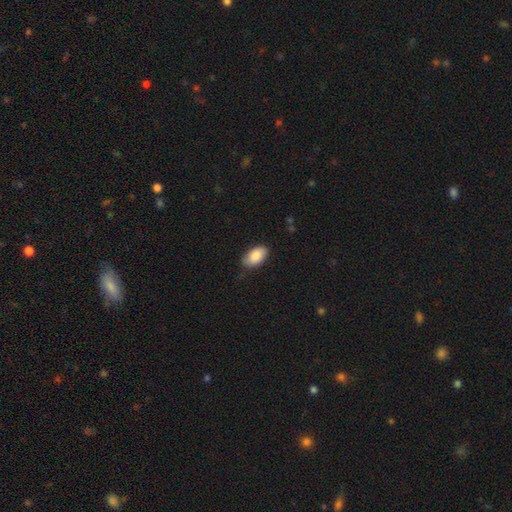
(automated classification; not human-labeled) This is clearly a smooth galaxy (87%). How rounded: clearly in between (95%). Merging: clearly none (81%).